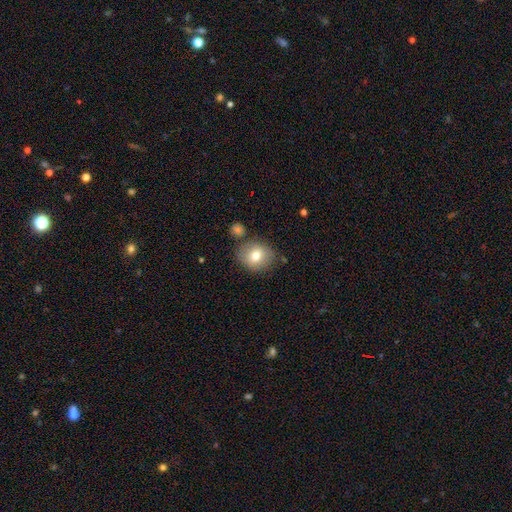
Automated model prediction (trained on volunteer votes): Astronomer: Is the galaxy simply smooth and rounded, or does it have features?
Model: smooth — 74%.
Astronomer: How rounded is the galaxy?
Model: round — 65%.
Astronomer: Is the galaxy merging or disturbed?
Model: none — 75%.